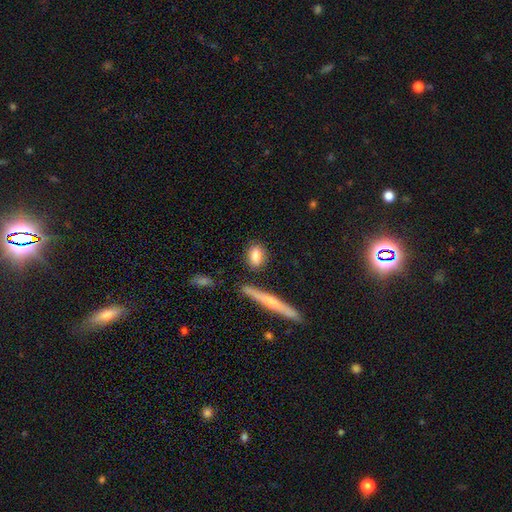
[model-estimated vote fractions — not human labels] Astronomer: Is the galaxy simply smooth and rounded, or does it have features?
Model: smooth — 81%.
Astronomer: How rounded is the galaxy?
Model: in between — 70%.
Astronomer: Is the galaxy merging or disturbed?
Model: none — 79%.